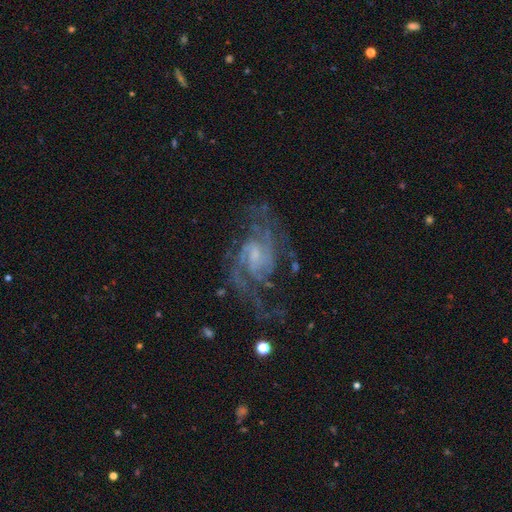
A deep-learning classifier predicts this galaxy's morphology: Smooth or featured?
  - featured or disk: 88% *
  - star or artifact: 7%
  - smooth: 5%
Edge-on disk?
  - no: 97% *
  - yes: 3%
Bar?
  - weak: 50% *
  - no: 40%
  - strong: 11%
Spiral arms?
  - yes: 96% *
  - no: 4%
Spiral winding?
  - medium: 52% *
  - tight: 28%
  - loose: 20%
Spiral arm count?
  - 2: 52% *
  - can't tell: 17%
  - 3: 15%
  - 4: 6%
  - 1: 5%
  - more than 4: 5%
Bulge size?
  - small: 53% *
  - moderate: 26%
  - none: 17%
  - large: 3%
  - dominant: 1%
Merging?
  - none: 61% *
  - major disturbance: 19%
  - minor disturbance: 17%
  - merger: 2%